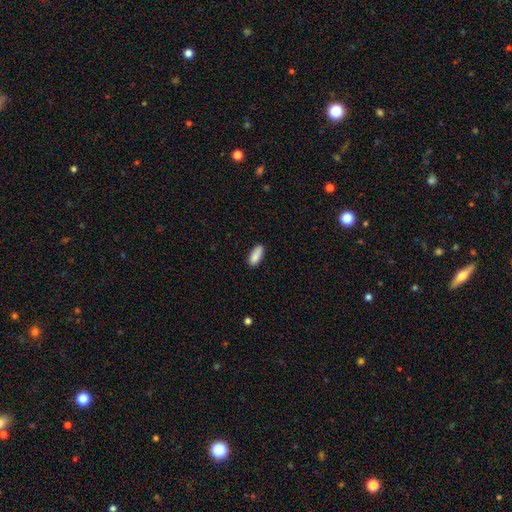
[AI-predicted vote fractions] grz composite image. It shows a smooth galaxy with no disk features (88%) that is in between round and cigar-shaped (81%). Merging: none (83%).